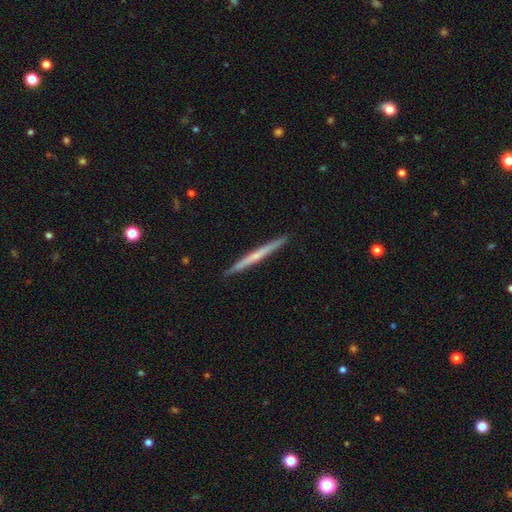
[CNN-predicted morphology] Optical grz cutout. It shows a featured or disk galaxy (52%) viewed edge-on (98%) with no central bulge (75%). Merging: none (92%).